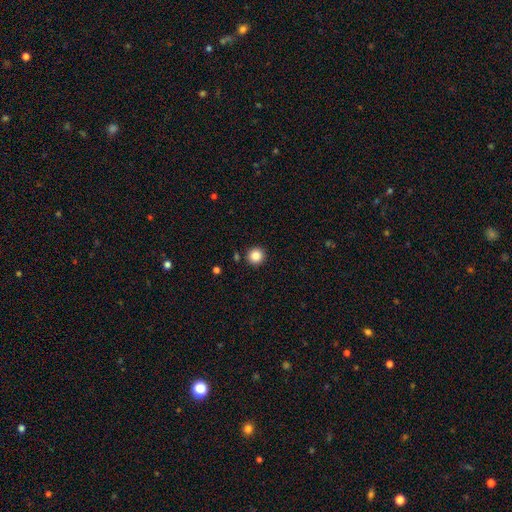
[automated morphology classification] Smooth or featured? smooth (85%)
How rounded? round (95%)
Merging? none (91%)